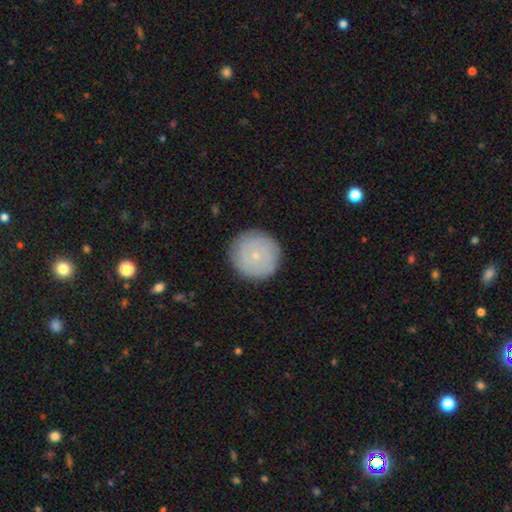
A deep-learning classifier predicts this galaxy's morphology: smooth-or-featured: smooth: 63% | featured or disk: 30% | star or artifact: 7%
  how-rounded: round: 95% | in between: 4% | cigar-shaped: 1%
  merging: none: 89% | minor disturbance: 8% | major disturbance: 2% | merger: 1%